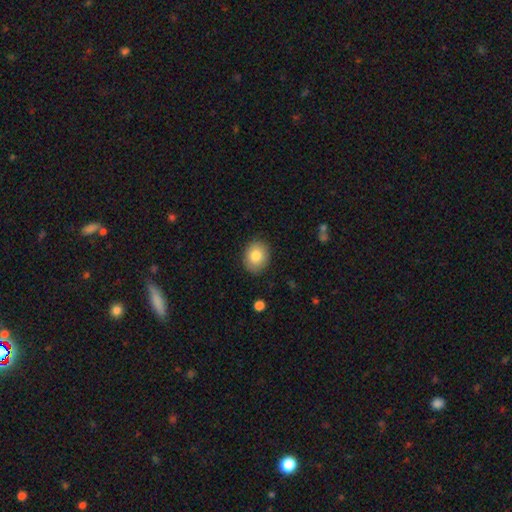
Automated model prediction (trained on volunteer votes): smooth-or-featured: smooth: 83% | featured or disk: 9% | star or artifact: 8%
  how-rounded: round: 54% | in between: 45% | cigar-shaped: 1%
  merging: none: 88% | minor disturbance: 9% | major disturbance: 2% | merger: 1%